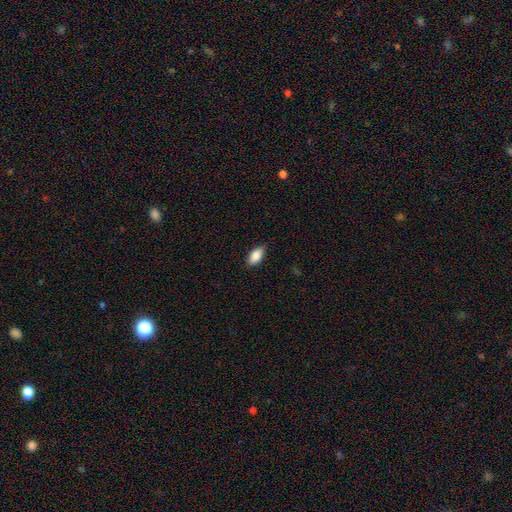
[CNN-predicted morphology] This is clearly a smooth galaxy (87%). How rounded: clearly in between (91%). Merging: clearly none (84%).